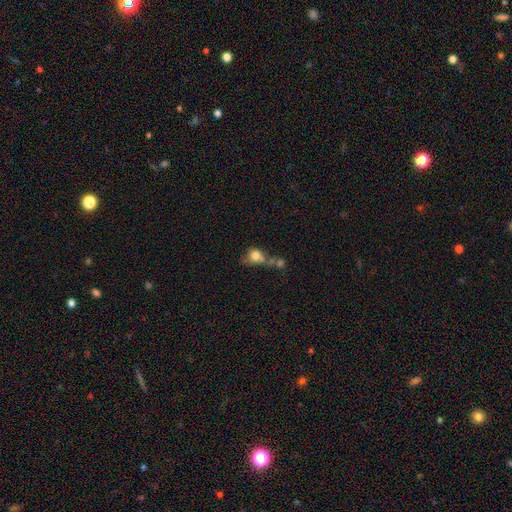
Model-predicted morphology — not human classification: Smooth or featured?
  - smooth: 73% *
  - featured or disk: 16%
  - star or artifact: 10%
How rounded?
  - round: 61% *
  - in between: 37%
  - cigar-shaped: 2%
Merging?
  - merger: 47% *
  - none: 23%
  - minor disturbance: 15%
  - major disturbance: 15%